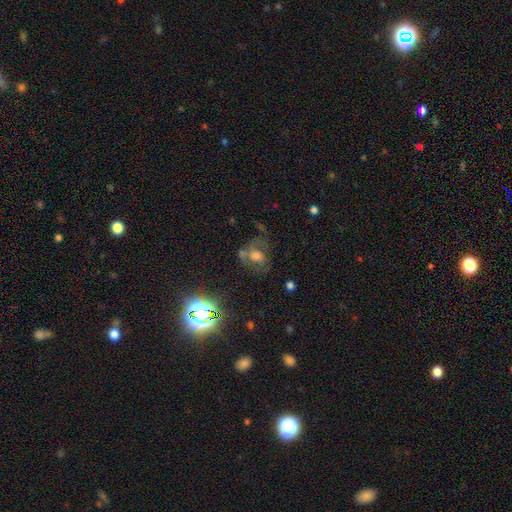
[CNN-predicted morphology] Smooth or featured?
  - featured or disk: 37% *
  - smooth: 32%
  - star or artifact: 31%
Merging?
  - none: 49% *
  - major disturbance: 21%
  - minor disturbance: 19%
  - merger: 11%